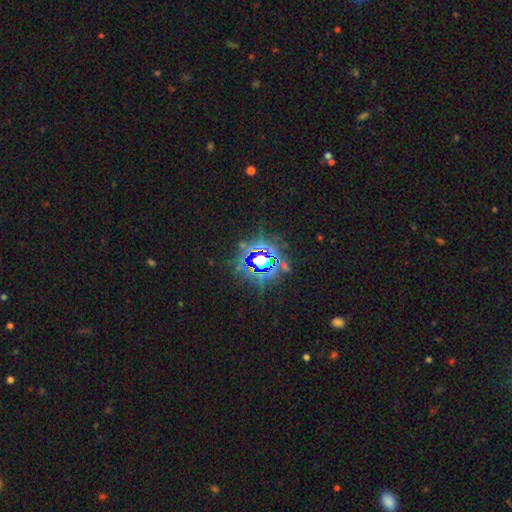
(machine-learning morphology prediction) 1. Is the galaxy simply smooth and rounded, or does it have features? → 82% star or artifact, 11% smooth, 8% featured or disk.